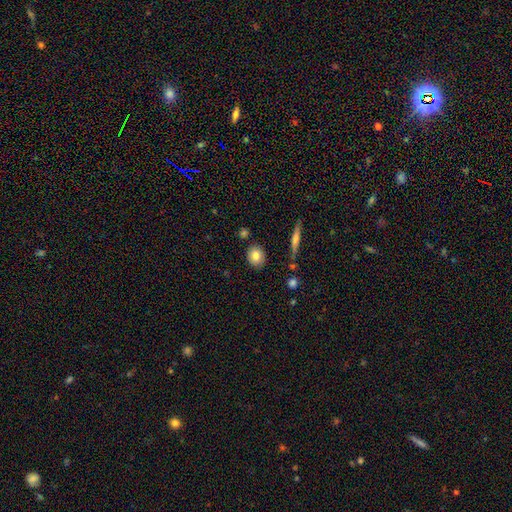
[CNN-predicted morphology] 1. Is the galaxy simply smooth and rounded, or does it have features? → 80% smooth, 12% featured or disk, 8% star or artifact.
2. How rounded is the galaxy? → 59% round, 39% in between, 2% cigar-shaped.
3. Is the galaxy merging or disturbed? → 86% none, 9% minor disturbance, 3% merger, 2% major disturbance.